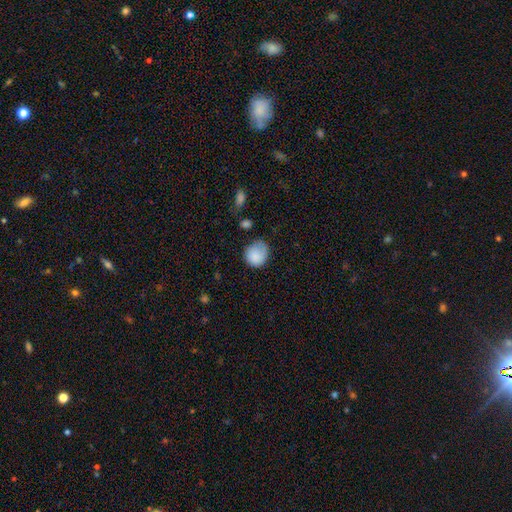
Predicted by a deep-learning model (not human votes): A smooth galaxy with no disk features (85%) that is round (78%). Merging: none (57%).